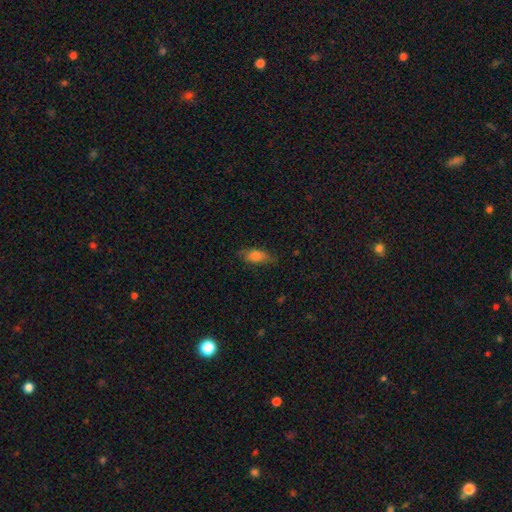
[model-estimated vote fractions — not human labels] The model was most divided on "merging": none: 72%, minor disturbance: 22%, major disturbance: 5%, merger: 1%. More confident: smooth or featured — smooth (75%); how rounded — in between (75%).